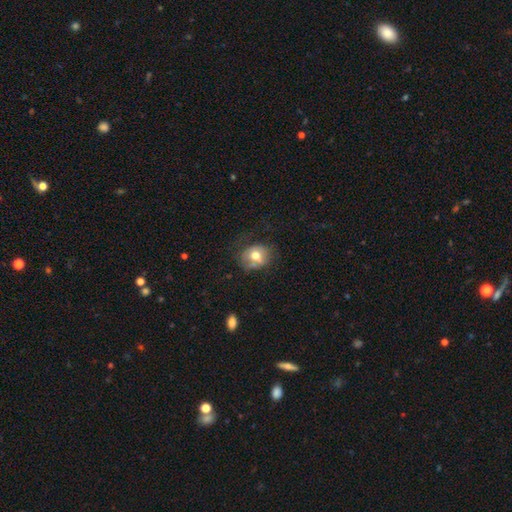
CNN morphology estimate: This is likely a smooth galaxy (66%). How rounded: possibly round (60%). Merging: possibly none (54%).